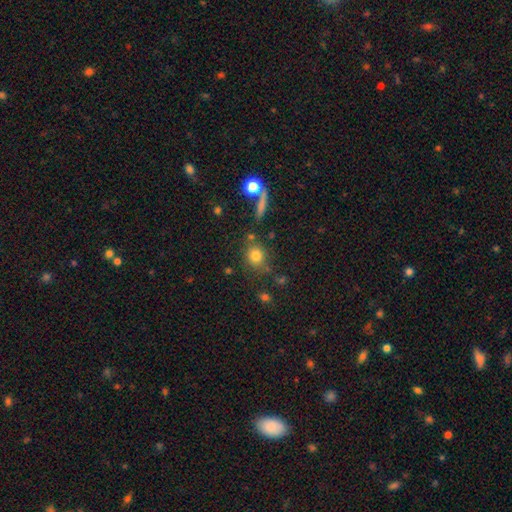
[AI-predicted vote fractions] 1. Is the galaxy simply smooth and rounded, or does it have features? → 78% smooth, 13% star or artifact, 9% featured or disk.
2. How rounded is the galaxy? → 82% round, 16% in between, 2% cigar-shaped.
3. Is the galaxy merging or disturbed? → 75% none, 11% minor disturbance, 9% merger, 5% major disturbance.